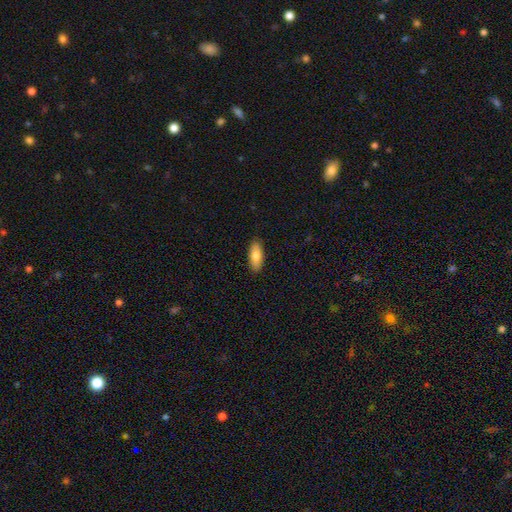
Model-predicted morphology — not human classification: The model was most divided on "how rounded": in between: 78%, cigar-shaped: 20%, round: 2%. More confident: merging — none (89%); smooth or featured — smooth (80%).